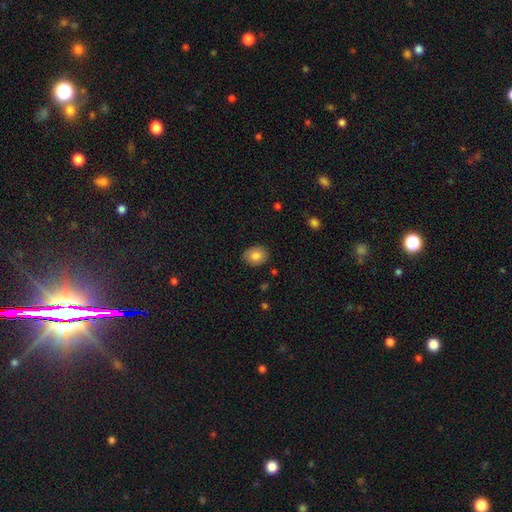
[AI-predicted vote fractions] Morphology: type=smooth (83%); roundness=in between (63%); merging=none (85%).